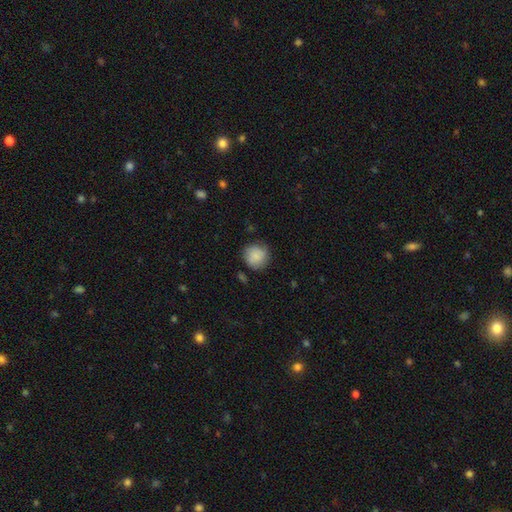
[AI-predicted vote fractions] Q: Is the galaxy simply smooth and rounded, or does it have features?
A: smooth — 85%.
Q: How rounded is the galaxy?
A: round — 90%.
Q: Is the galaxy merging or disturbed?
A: none — 76%.